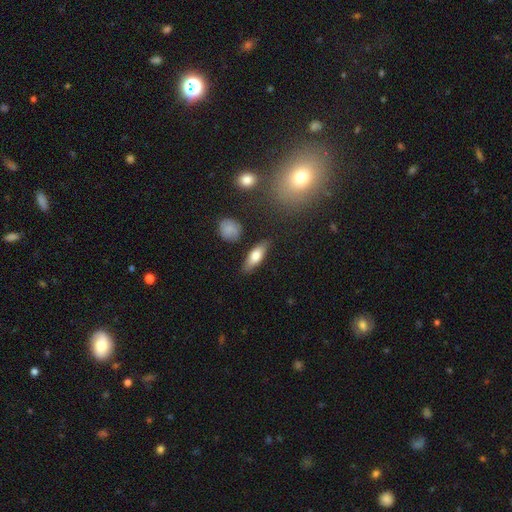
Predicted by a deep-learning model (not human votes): Smooth or featured: smooth — 71% (featured or disk — 22%)
How rounded: in between — 65% (cigar-shaped — 32%)
Merging: none — 82% (minor disturbance — 12%)